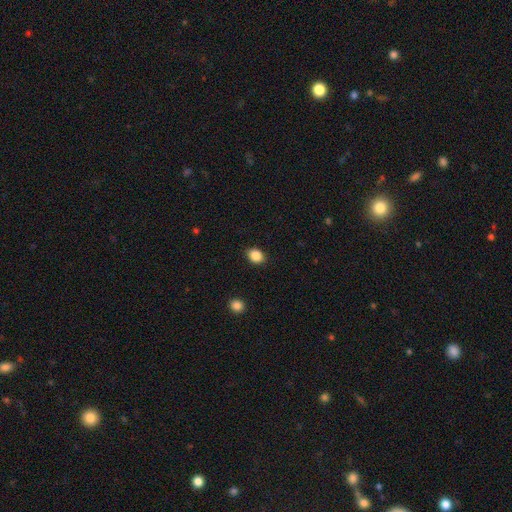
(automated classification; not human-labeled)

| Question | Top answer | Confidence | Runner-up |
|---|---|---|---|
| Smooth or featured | smooth | 88% | star or artifact (9%) |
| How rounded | in between | 57% | round (43%) |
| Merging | none | 88% | minor disturbance (8%) |